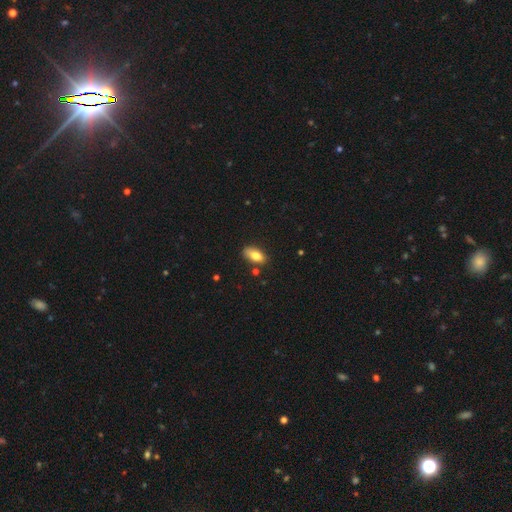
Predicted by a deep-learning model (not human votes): This appears to be a smooth galaxy with no disk features (79%) that is in between round and cigar-shaped (89%). Merging: none (74%).